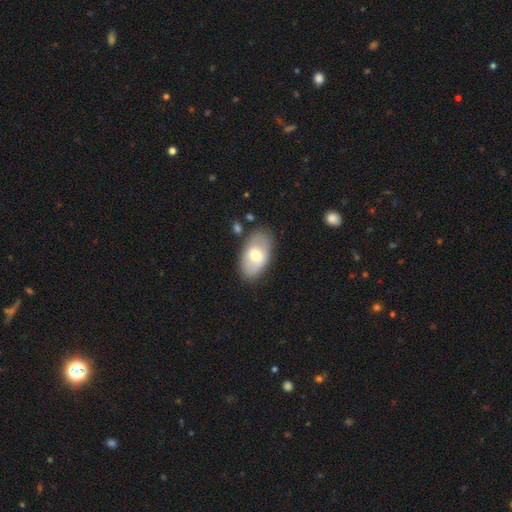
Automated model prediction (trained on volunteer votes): This appears to be a smooth galaxy with no disk features (60%) that is in between round and cigar-shaped (93%). Merging: none (77%).